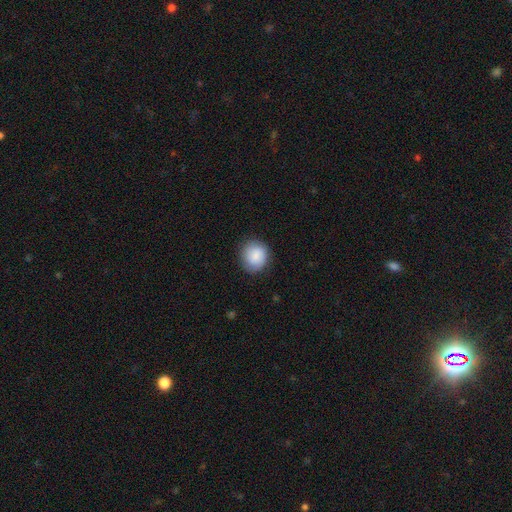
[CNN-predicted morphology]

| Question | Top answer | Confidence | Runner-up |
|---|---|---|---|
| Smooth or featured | smooth | 85% | featured or disk (9%) |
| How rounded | round | 82% | in between (17%) |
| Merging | none | 84% | minor disturbance (12%) |